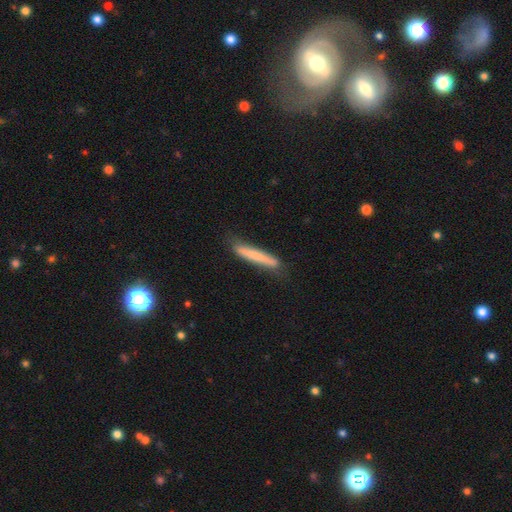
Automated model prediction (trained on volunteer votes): A smooth galaxy with no disk features (72%) that is cigar-shaped (95%). Merging: none (79%).